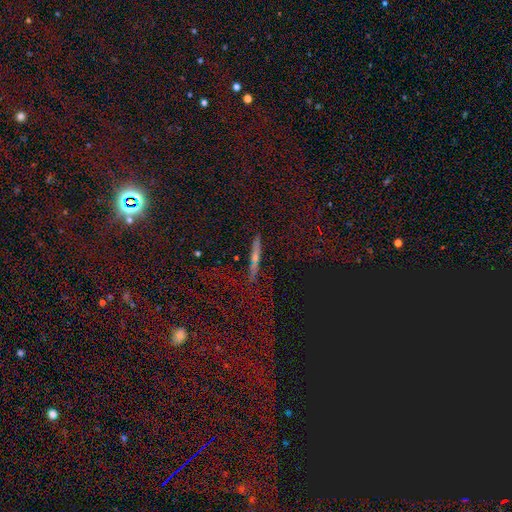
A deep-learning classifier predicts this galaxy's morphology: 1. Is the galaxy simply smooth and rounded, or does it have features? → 48% featured or disk, 28% smooth, 24% star or artifact.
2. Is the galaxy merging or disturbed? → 88% none, 8% minor disturbance, 2% major disturbance, 2% merger.